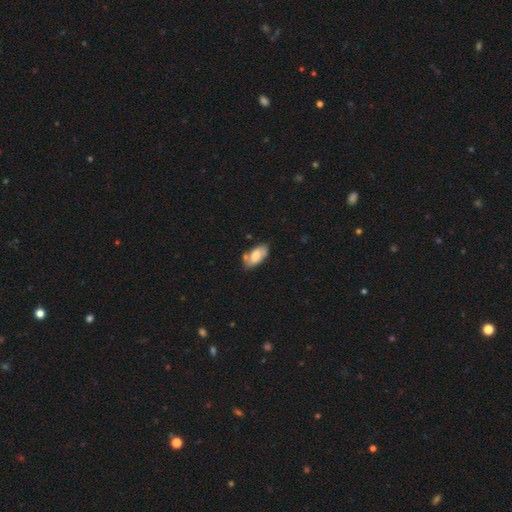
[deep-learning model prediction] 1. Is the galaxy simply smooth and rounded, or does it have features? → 64% smooth, 30% featured or disk, 6% star or artifact.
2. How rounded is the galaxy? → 93% in between, 4% cigar-shaped, 3% round.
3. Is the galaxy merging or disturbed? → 64% none, 22% minor disturbance, 8% merger, 5% major disturbance.